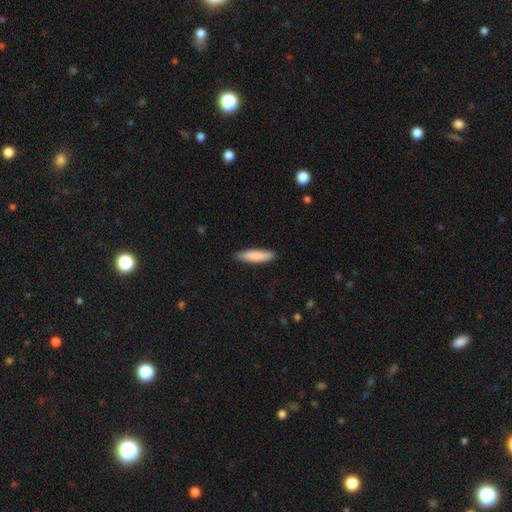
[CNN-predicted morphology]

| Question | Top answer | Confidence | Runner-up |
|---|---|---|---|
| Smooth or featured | smooth | 86% | featured or disk (9%) |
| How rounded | cigar-shaped | 76% | in between (22%) |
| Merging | none | 87% | minor disturbance (10%) |